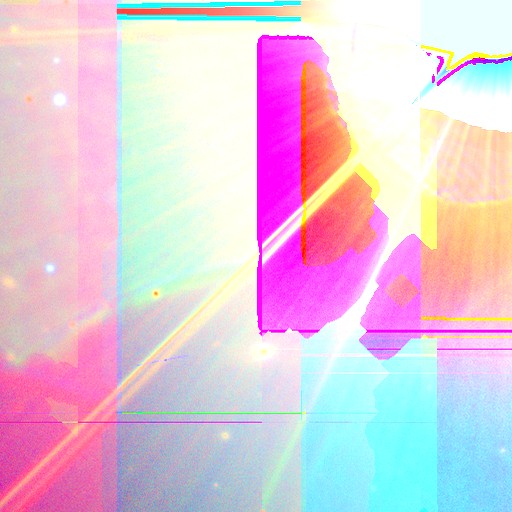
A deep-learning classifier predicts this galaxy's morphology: smooth_or_featured: star or artifact (p=0.82) [alt: featured or disk p=0.11]